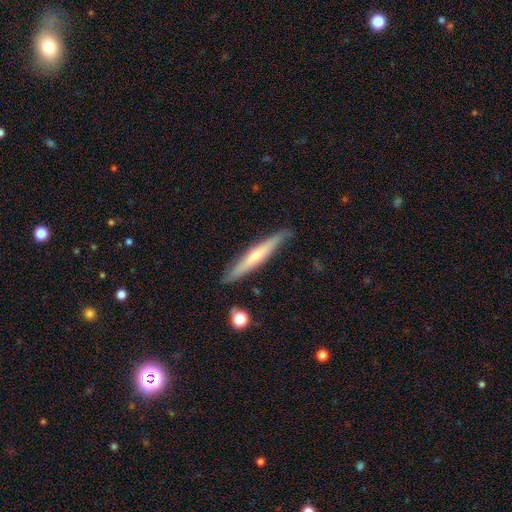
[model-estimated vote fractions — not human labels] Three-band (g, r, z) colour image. It shows a featured or disk galaxy (48%). Merging: none (85%).